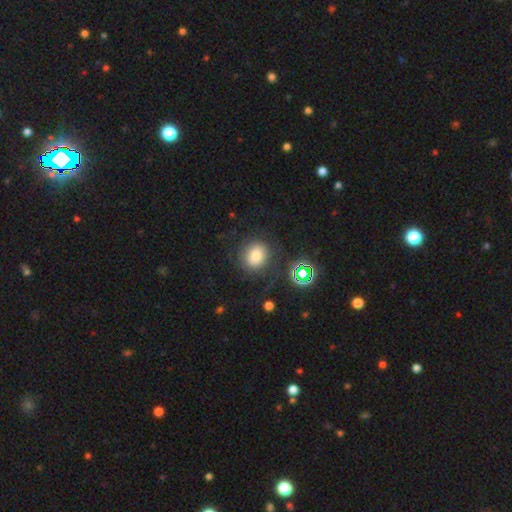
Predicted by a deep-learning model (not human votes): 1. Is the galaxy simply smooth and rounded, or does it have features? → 70% smooth, 17% star or artifact, 14% featured or disk.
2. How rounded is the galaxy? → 71% round, 28% in between, 1% cigar-shaped.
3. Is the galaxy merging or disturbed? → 75% none, 14% minor disturbance, 9% major disturbance, 3% merger.